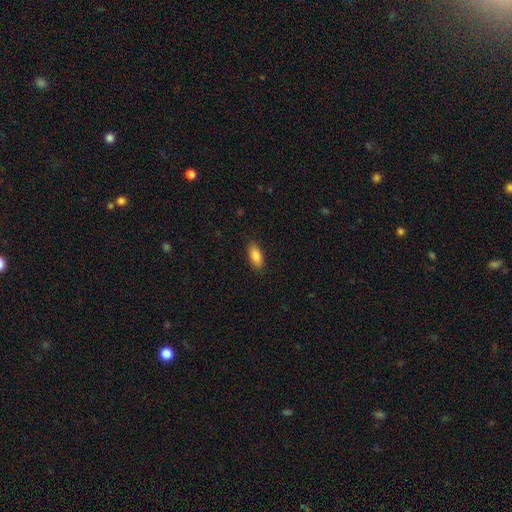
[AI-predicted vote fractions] Morphology: type=smooth (85%); roundness=in between (88%); merging=none (88%).